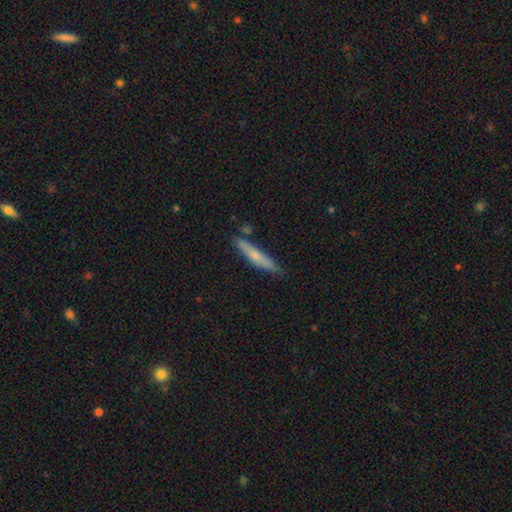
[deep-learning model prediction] Smooth or featured?
  - smooth: 57% *
  - featured or disk: 36%
  - star or artifact: 6%
How rounded?
  - cigar-shaped: 92% *
  - in between: 7%
  - round: 2%
Merging?
  - none: 80% *
  - minor disturbance: 14%
  - merger: 4%
  - major disturbance: 2%